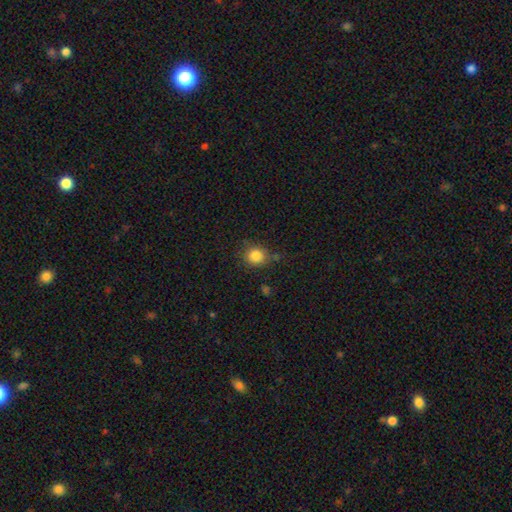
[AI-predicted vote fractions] Smooth or featured: smooth — 84% (star or artifact — 10%)
How rounded: round — 84% (in between — 15%)
Merging: none — 78% (minor disturbance — 15%)